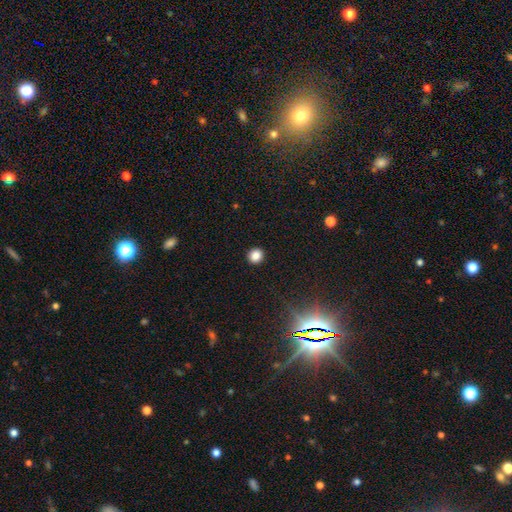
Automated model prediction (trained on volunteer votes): This appears to be a smooth galaxy with no disk features (84%) that is round (88%). Merging: none (93%).